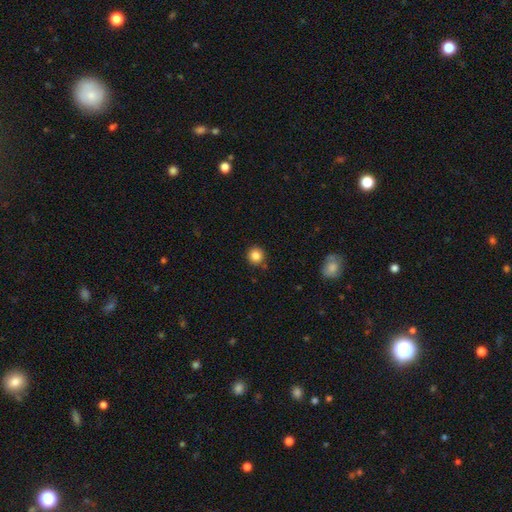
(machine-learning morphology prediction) Q: Smooth or featured?
A: smooth (85%); runner-up: star or artifact (11%)
Q: How rounded?
A: round (94%); runner-up: in between (5%)
Q: Merging?
A: none (89%); runner-up: minor disturbance (7%)